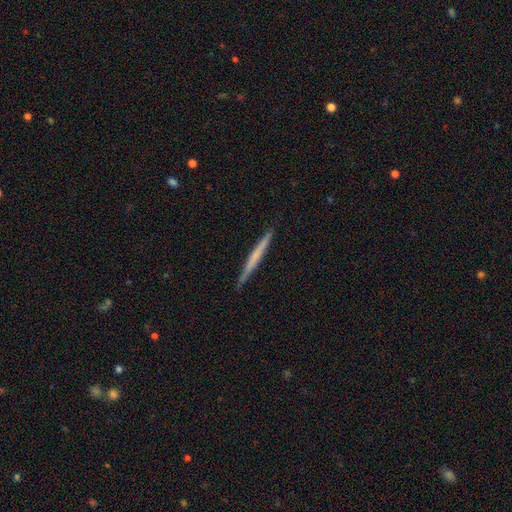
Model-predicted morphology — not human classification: type=featured or disk (48%); merging=none (90%).